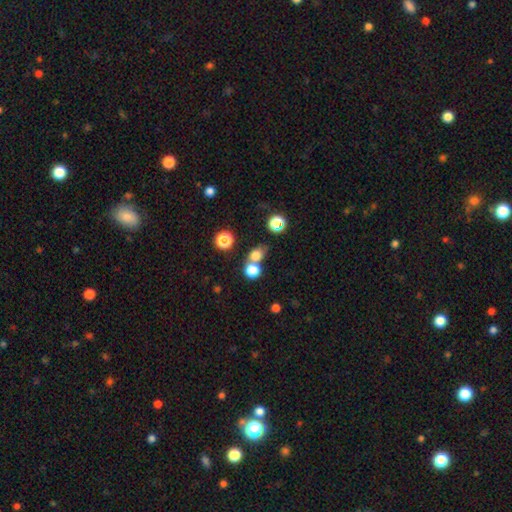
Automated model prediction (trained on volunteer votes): Q: Smooth or featured?
A: smooth (74%); runner-up: star or artifact (18%)
Q: How rounded?
A: round (64%); runner-up: in between (34%)
Q: Merging?
A: none (54%); runner-up: merger (33%)